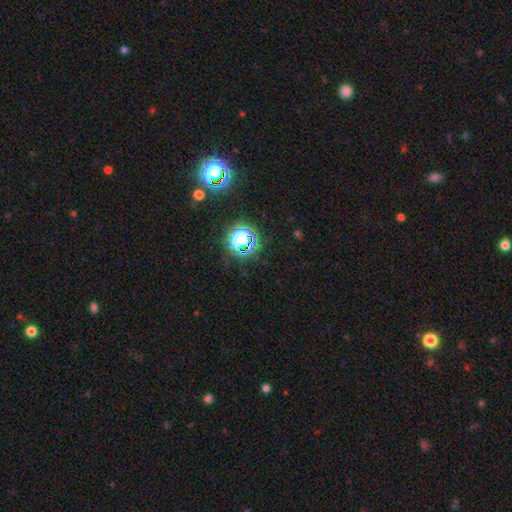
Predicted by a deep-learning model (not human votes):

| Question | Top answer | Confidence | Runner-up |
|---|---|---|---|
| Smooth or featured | star or artifact | 75% | smooth (18%) |